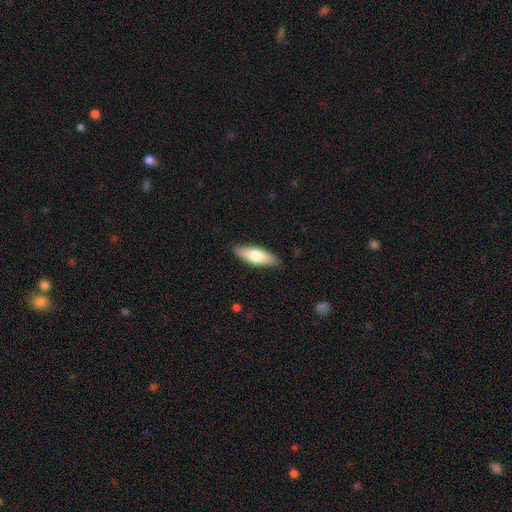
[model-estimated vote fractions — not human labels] smooth-or-featured: smooth: 69% | featured or disk: 25% | star or artifact: 6%
  how-rounded: in between: 61% | cigar-shaped: 37% | round: 2%
  merging: none: 88% | minor disturbance: 9% | major disturbance: 2% | merger: 1%